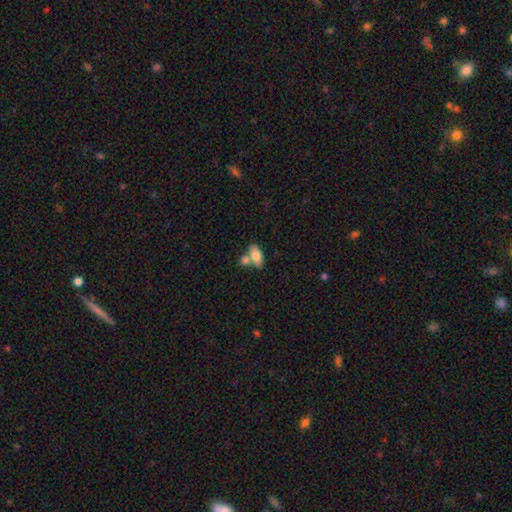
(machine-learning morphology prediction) Smooth or featured? smooth (73%)
How rounded? in between (86%)
Merging? none (45%)